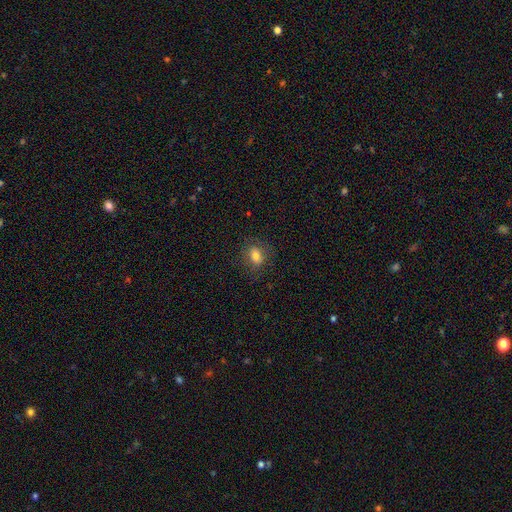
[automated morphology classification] Smooth or featured: smooth — 74% (featured or disk — 15%)
How rounded: in between — 59% (round — 39%)
Merging: none — 77% (minor disturbance — 15%)